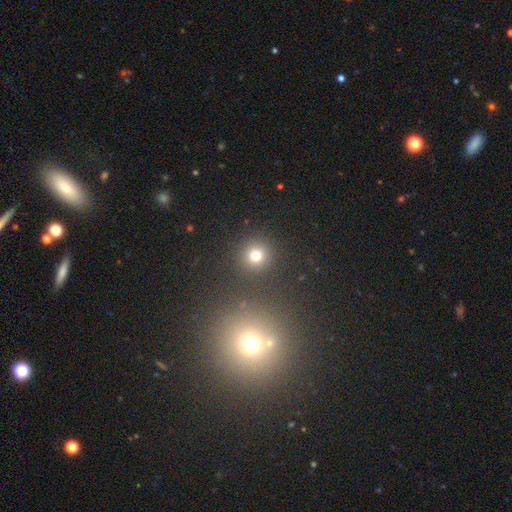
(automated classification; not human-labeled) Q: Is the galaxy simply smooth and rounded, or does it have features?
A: smooth — 74%.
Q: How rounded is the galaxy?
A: round — 94%.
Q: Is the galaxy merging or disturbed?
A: none — 89%.